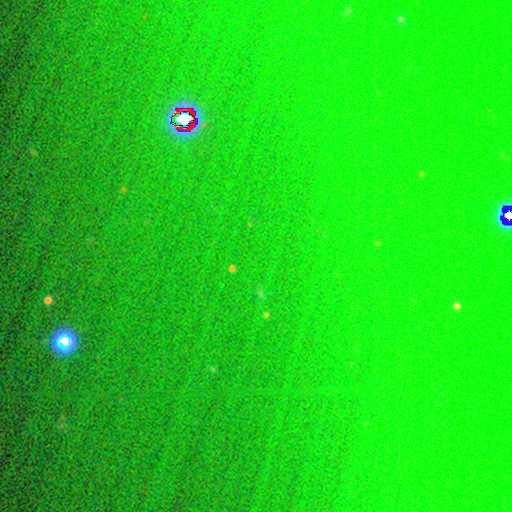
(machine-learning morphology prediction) Smooth or featured: star or artifact — 80% (smooth — 13%)